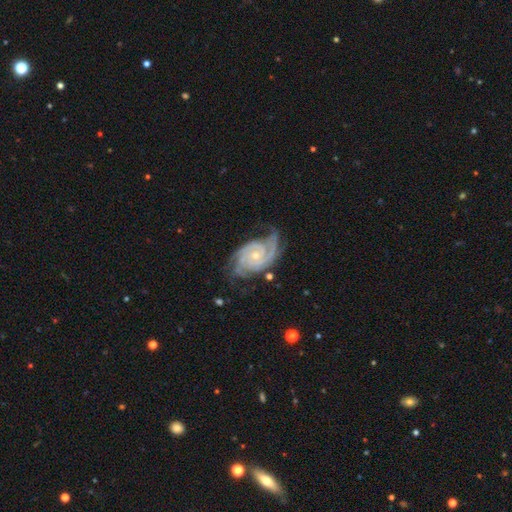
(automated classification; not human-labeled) Smooth or featured: featured or disk — 93% (star or artifact — 4%)
Edge-on disk: no — 98% (yes — 2%)
Bar: no — 70% (weak — 23%)
Spiral arms: yes — 99% (no — 1%)
Spiral winding: tight — 66% (medium — 30%)
Spiral arm count: 3 — 39% (2 — 24%)
Bulge size: small — 65% (moderate — 32%)
Merging: none — 69% (minor disturbance — 21%)